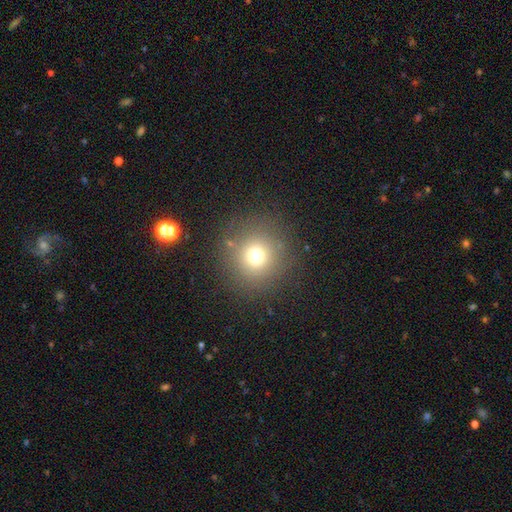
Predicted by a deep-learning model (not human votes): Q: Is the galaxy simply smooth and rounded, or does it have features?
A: smooth — 69%.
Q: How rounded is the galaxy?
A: round — 95%.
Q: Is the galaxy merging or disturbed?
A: none — 85%.